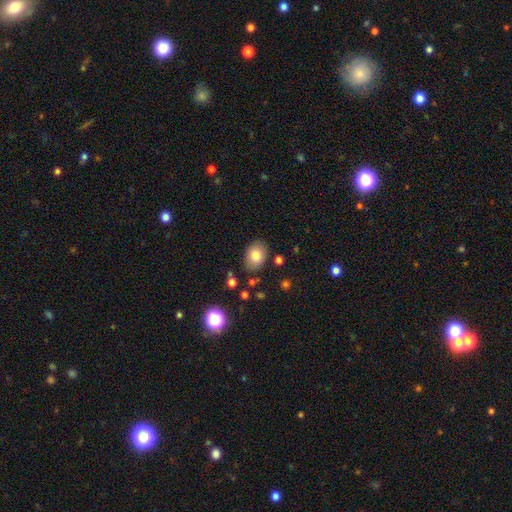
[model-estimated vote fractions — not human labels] smooth-or-featured: smooth: 81% | featured or disk: 10% | star or artifact: 9%
  how-rounded: in between: 78% | round: 21% | cigar-shaped: 1%
  merging: none: 83% | minor disturbance: 12% | major disturbance: 3% | merger: 2%